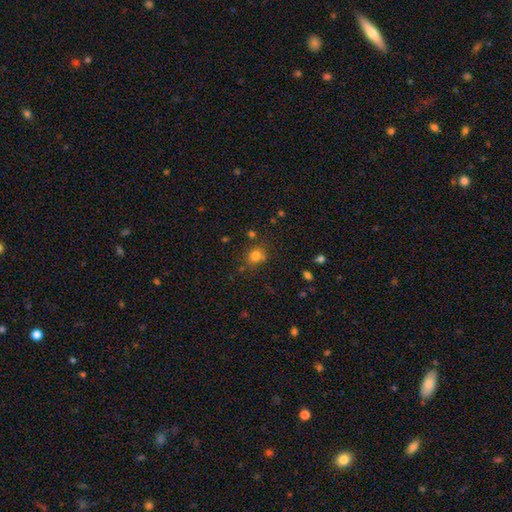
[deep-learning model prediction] Smooth or featured? smooth (77%)
How rounded? round (76%)
Merging? none (73%)